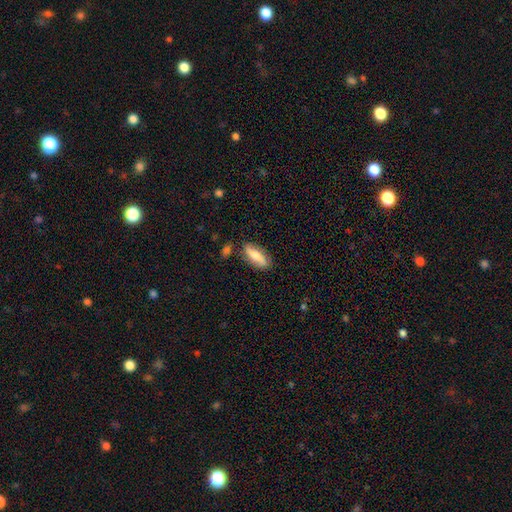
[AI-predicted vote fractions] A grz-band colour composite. It shows a smooth galaxy with no disk features (56%) that is in between round and cigar-shaped (61%). Merging: none (76%).